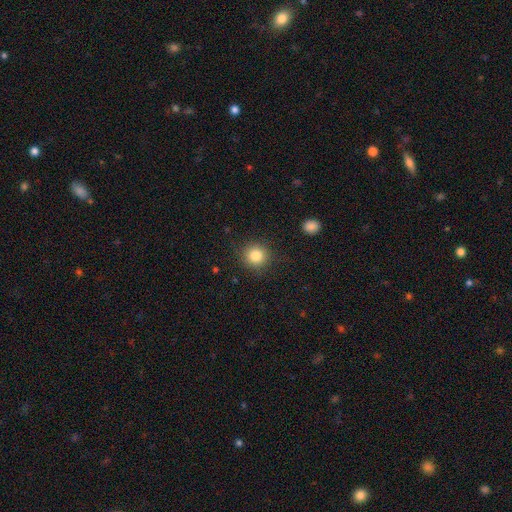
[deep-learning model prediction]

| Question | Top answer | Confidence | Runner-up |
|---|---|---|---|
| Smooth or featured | smooth | 83% | star or artifact (11%) |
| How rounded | round | 93% | in between (6%) |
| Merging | none | 89% | minor disturbance (7%) |